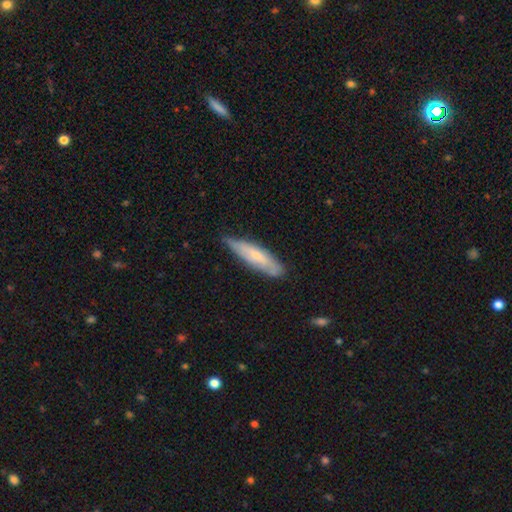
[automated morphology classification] The model was most divided on "smooth or featured": smooth: 54%, featured or disk: 40%, star or artifact: 6%. More confident: merging — none (69%); how rounded — cigar-shaped (69%).